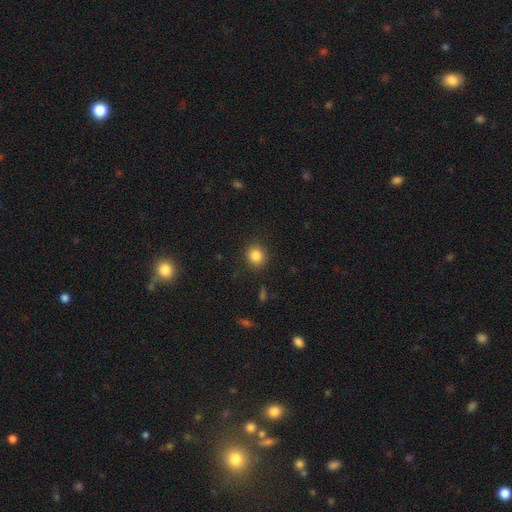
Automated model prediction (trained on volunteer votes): This appears to be a smooth galaxy with no disk features (85%) that is round (83%). Merging: none (88%).